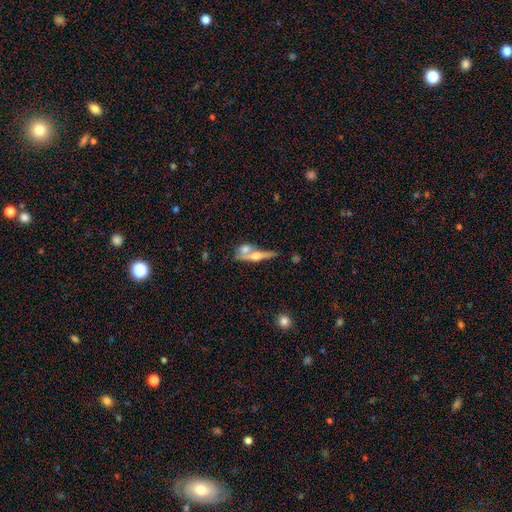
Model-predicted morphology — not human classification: The model was most divided on "merging": merger: 47%, none: 37%, minor disturbance: 10%, major disturbance: 6%. More confident: edge-on disk — yes (86%); smooth or featured — featured or disk (56%).